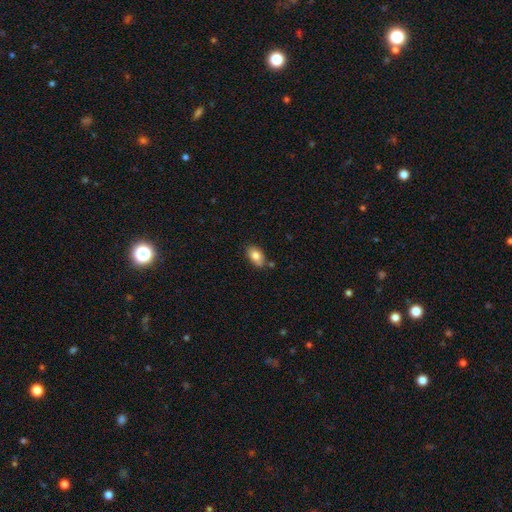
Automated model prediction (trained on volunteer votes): This appears to be a smooth galaxy with no disk features (82%) that is in between round and cigar-shaped (90%). Merging: none (72%).